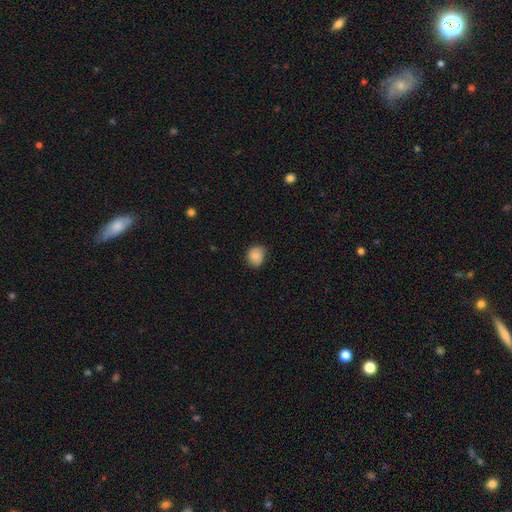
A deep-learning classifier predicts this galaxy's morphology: Smooth or featured? smooth (80%)
How rounded? round (67%)
Merging? none (69%)